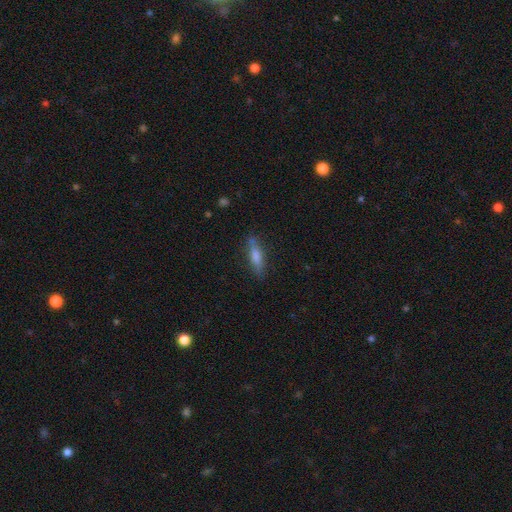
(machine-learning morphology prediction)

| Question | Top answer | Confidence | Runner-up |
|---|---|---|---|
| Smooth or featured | smooth | 62% | featured or disk (29%) |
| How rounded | cigar-shaped | 70% | in between (28%) |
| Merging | none | 77% | minor disturbance (16%) |